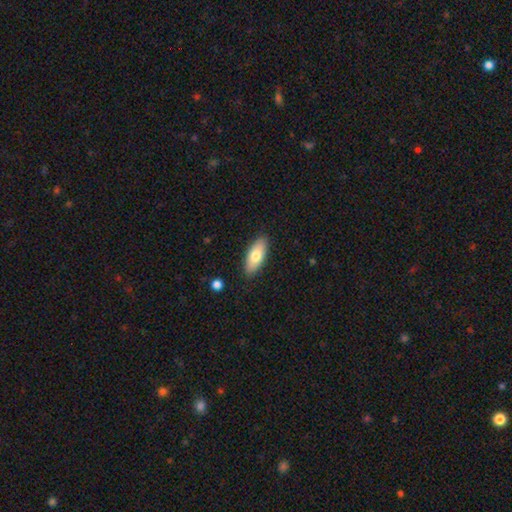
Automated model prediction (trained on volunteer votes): Smooth or featured? Predicted: smooth (p=0.73). How rounded? Predicted: in between (p=0.78). Merging? Predicted: none (p=0.88).